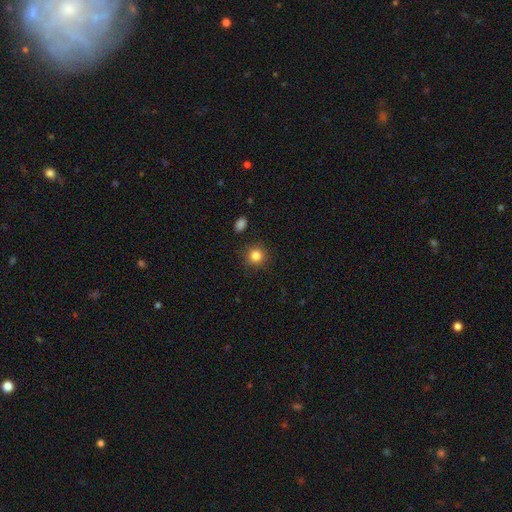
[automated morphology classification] Smooth or featured? smooth (84%)
How rounded? round (91%)
Merging? none (89%)